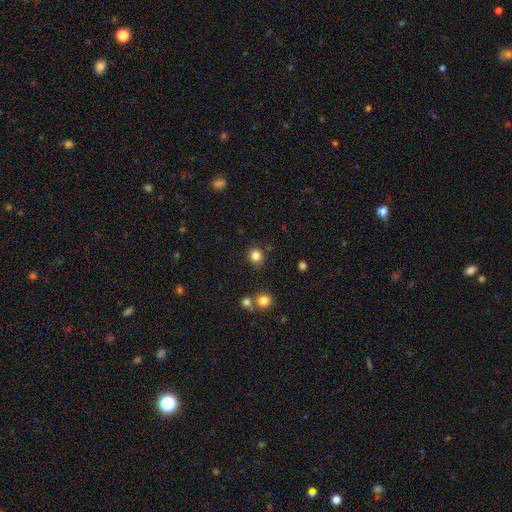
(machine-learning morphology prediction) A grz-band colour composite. It shows a smooth galaxy with no disk features (83%) that is round (89%). Merging: none (87%).